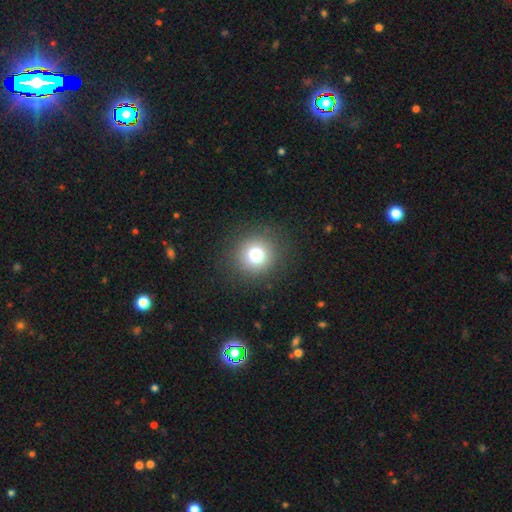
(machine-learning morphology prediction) Smooth or featured?
  - smooth: 76% *
  - star or artifact: 14%
  - featured or disk: 10%
How rounded?
  - round: 94% *
  - in between: 5%
  - cigar-shaped: 1%
Merging?
  - none: 91% *
  - minor disturbance: 5%
  - major disturbance: 3%
  - merger: 1%